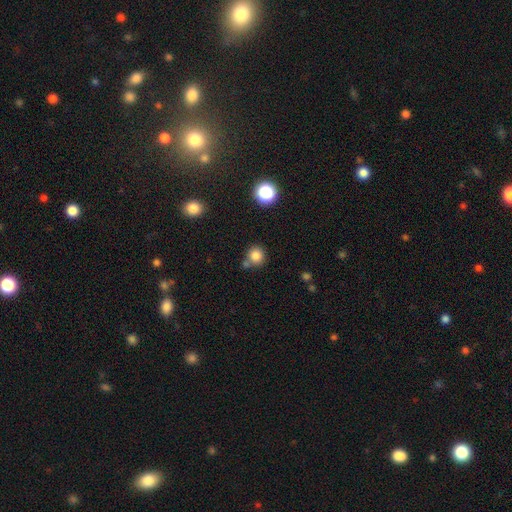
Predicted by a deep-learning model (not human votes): A smooth galaxy with no disk features (82%) that is round (91%).

Vote fractions:
- Smooth or featured? smooth: 82% / star or artifact: 12% / featured or disk: 6%
- How rounded? round: 91% / in between: 8% / cigar-shaped: 1%
- Merging? none: 68% / merger: 17% / minor disturbance: 11% / major disturbance: 3%